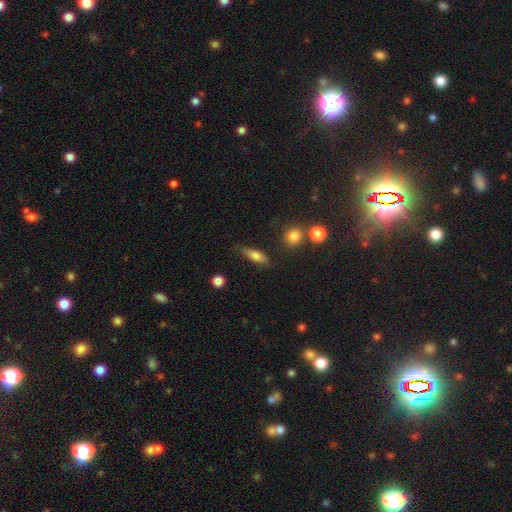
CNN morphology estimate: Q: Smooth or featured?
A: smooth (73%); runner-up: featured or disk (19%)
Q: How rounded?
A: in between (60%); runner-up: cigar-shaped (35%)
Q: Merging?
A: none (71%); runner-up: minor disturbance (20%)